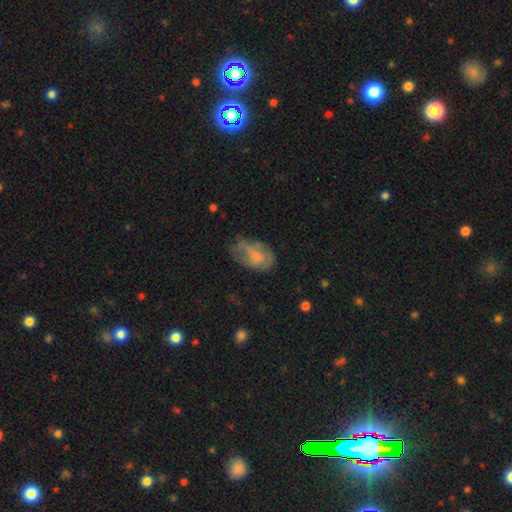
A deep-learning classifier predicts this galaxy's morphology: The model was most divided on "merging": none: 41%, minor disturbance: 34%, major disturbance: 23%, merger: 3%. More confident: how rounded — in between (88%); smooth or featured — smooth (56%).